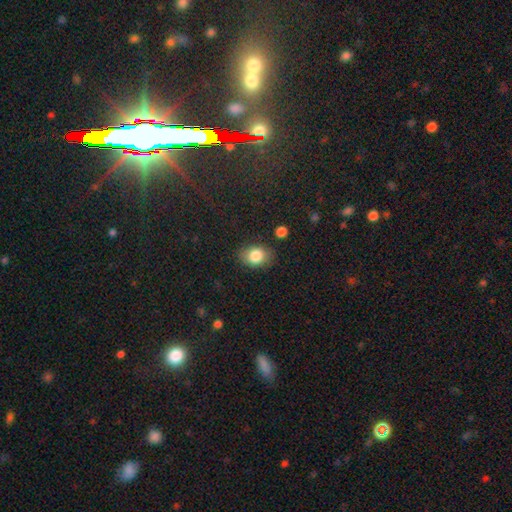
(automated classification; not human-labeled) smooth 83%, star or artifact 9%, featured or disk 8%. Down the decision tree: how rounded — in between (65%); merging — none (80%).